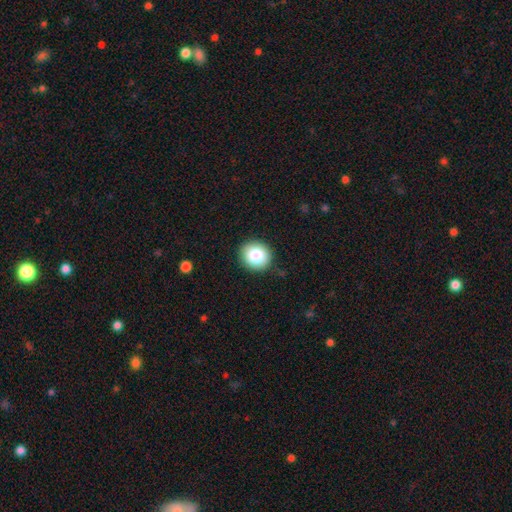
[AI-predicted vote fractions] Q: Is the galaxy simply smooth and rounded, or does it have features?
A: smooth — 82%.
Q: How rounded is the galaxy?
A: round — 85%.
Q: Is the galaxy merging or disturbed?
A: none — 90%.